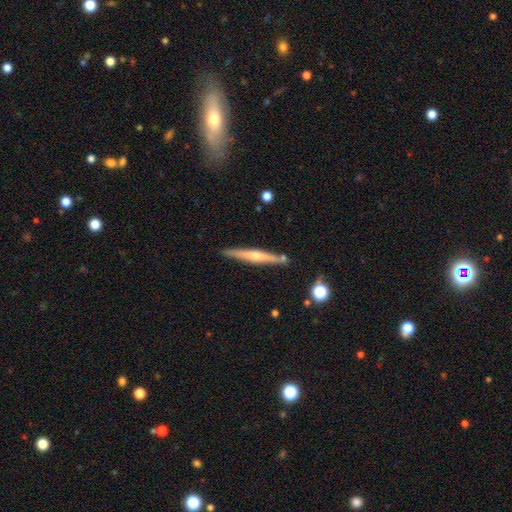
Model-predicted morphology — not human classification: type=featured or disk (60%); edge-on=yes (97%); edge-on bulge=rounded (76%); merging=none (84%).